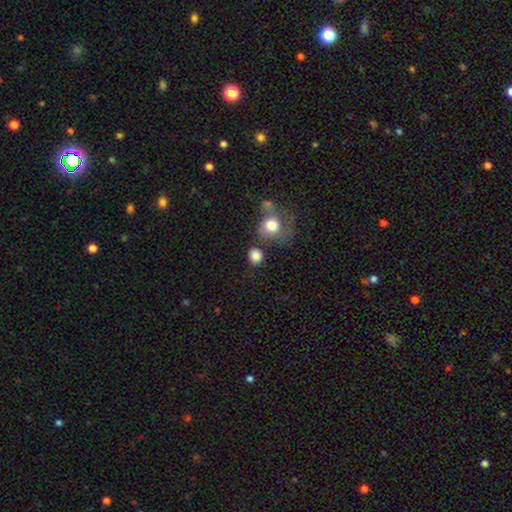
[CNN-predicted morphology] Overall: smooth (85%). How rounded: round (81%). Merging: none (65%).